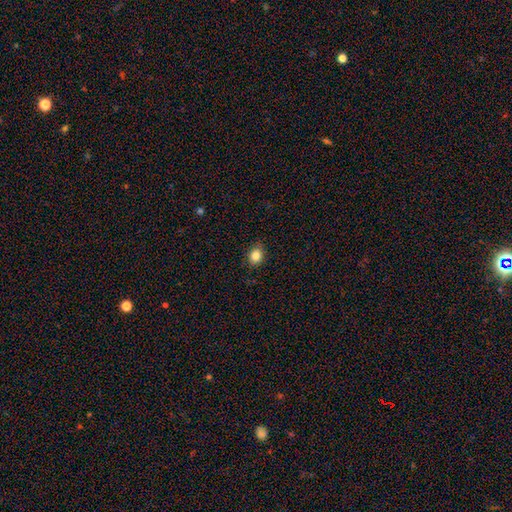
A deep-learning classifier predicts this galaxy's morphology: smooth 85%, star or artifact 10%, featured or disk 5%. Down the decision tree: how rounded — round (58%); merging — none (85%).